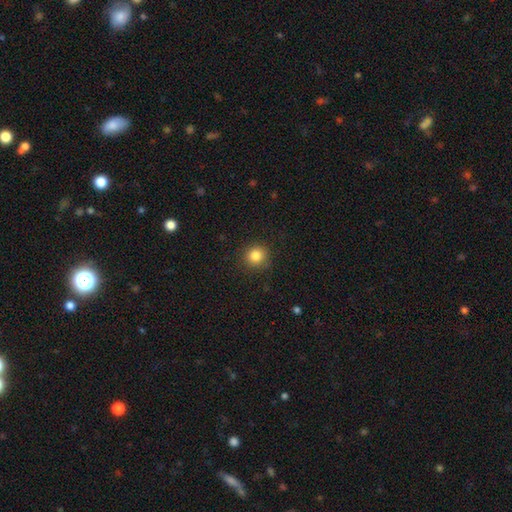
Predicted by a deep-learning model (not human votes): A smooth galaxy with no disk features (84%) that is round (91%).

Vote fractions:
- Smooth or featured? smooth: 84% / star or artifact: 11% / featured or disk: 5%
- How rounded? round: 91% / in between: 8% / cigar-shaped: 1%
- Merging? none: 89% / minor disturbance: 7% / major disturbance: 2% / merger: 1%